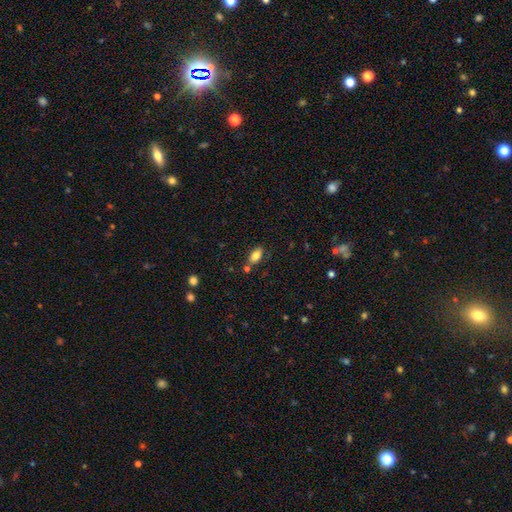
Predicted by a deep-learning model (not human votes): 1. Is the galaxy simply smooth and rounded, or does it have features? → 80% smooth, 11% featured or disk, 8% star or artifact.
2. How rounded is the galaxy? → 89% in between, 7% cigar-shaped, 4% round.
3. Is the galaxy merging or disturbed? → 72% none, 14% minor disturbance, 10% merger, 4% major disturbance.